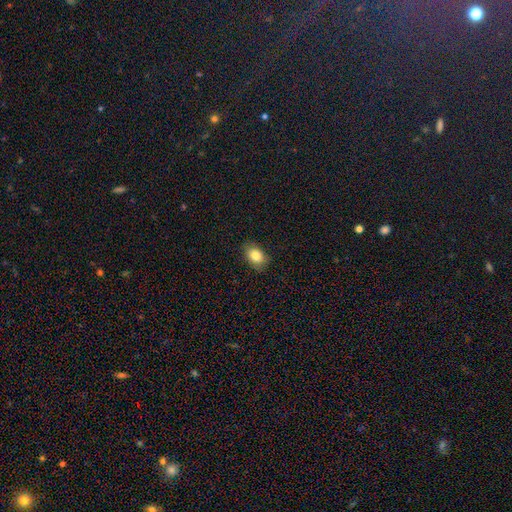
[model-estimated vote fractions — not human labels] A smooth galaxy with no disk features (83%) that is in between round and cigar-shaped (79%). Merging: none (86%).